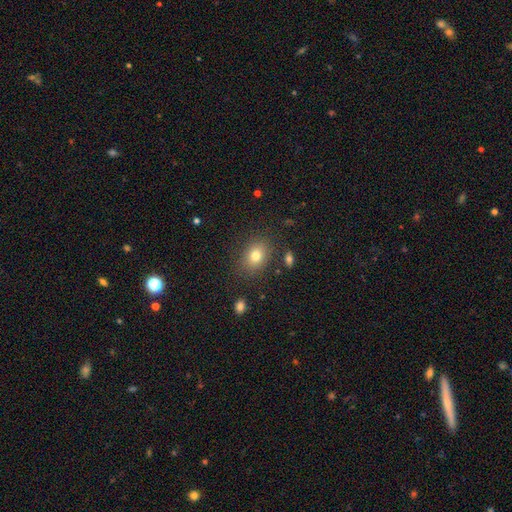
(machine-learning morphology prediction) This appears to be a smooth galaxy with no disk features (78%) that is in between round and cigar-shaped (61%). Merging: none (82%).